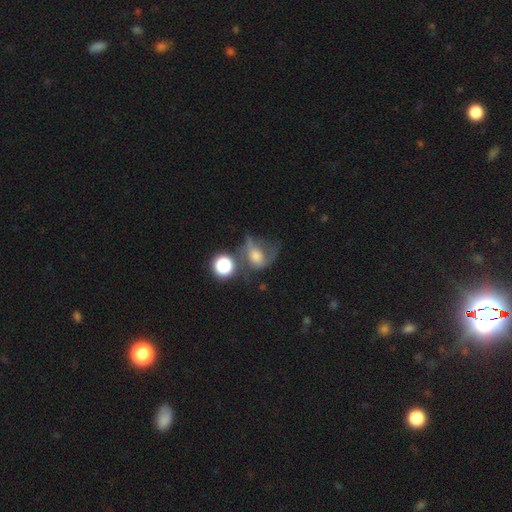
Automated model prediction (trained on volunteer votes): Smooth or featured: featured or disk — 43% (smooth — 38%)
Merging: major disturbance — 35% (none — 28%)